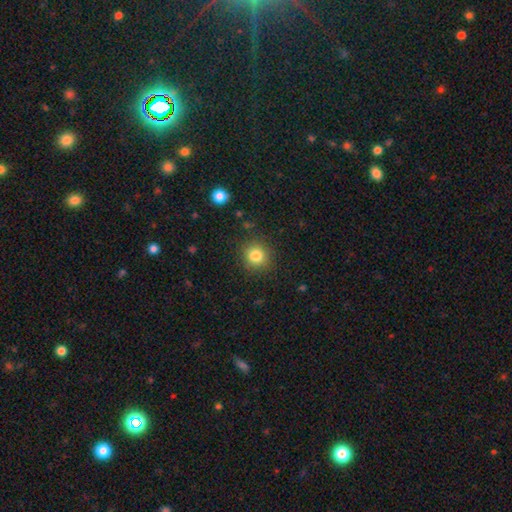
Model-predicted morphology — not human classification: A smooth galaxy with no disk features (82%) that is round (87%).

Vote fractions:
- Smooth or featured? smooth: 82% / star or artifact: 12% / featured or disk: 6%
- How rounded? round: 87% / in between: 12% / cigar-shaped: 1%
- Merging? none: 87% / minor disturbance: 9% / major disturbance: 3% / merger: 1%